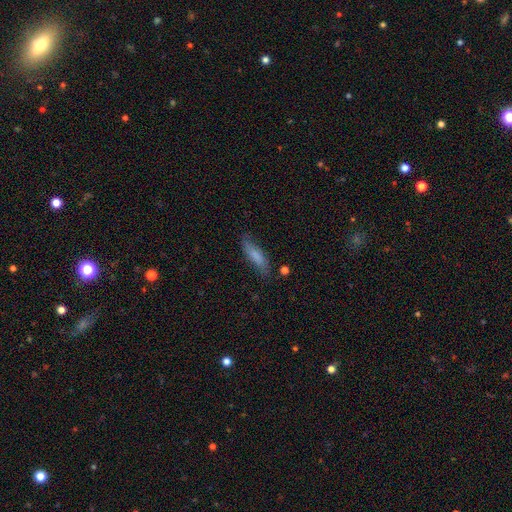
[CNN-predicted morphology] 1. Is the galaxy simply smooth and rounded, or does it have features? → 74% smooth, 19% featured or disk, 7% star or artifact.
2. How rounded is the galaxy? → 65% cigar-shaped, 33% in between, 2% round.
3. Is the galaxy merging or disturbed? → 72% none, 21% minor disturbance, 5% major disturbance, 2% merger.